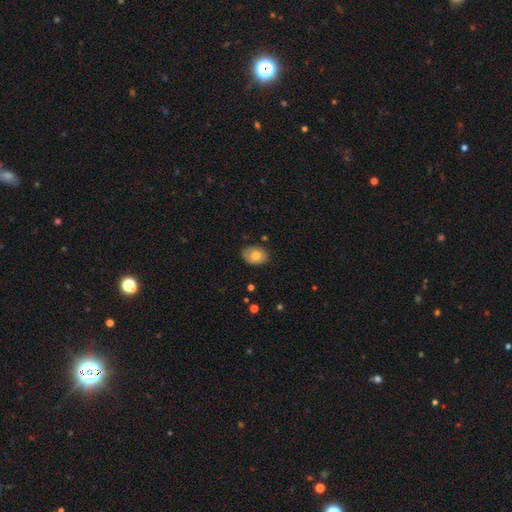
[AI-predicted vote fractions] smooth-or-featured: smooth: 77% | featured or disk: 15% | star or artifact: 7%
  how-rounded: in between: 78% | round: 21% | cigar-shaped: 1%
  merging: none: 78% | minor disturbance: 18% | major disturbance: 3% | merger: 1%